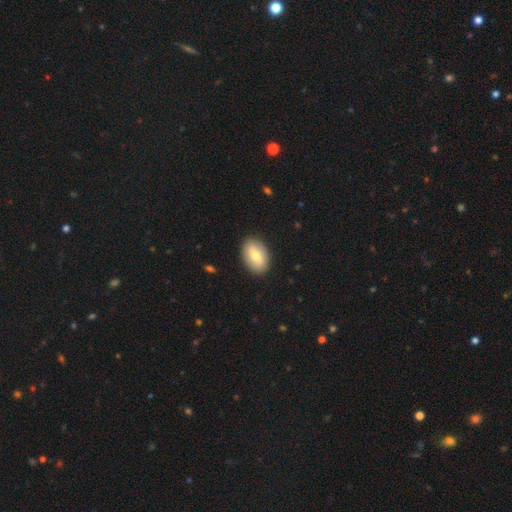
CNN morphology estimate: type=smooth (69%); roundness=in between (88%); merging=none (88%).